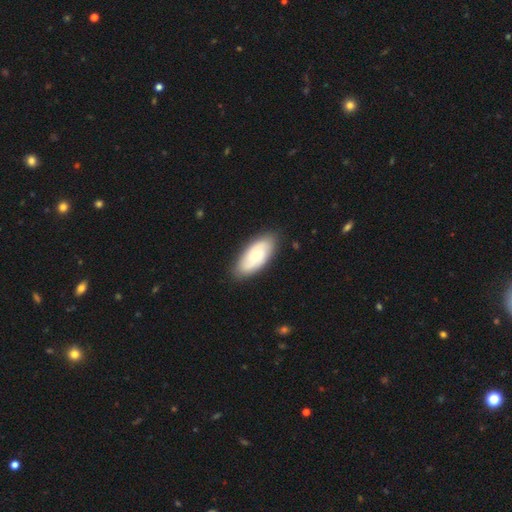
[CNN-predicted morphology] Smooth or featured: smooth — 54% (featured or disk — 41%)
How rounded: in between — 89% (cigar-shaped — 9%)
Merging: none — 84% (minor disturbance — 12%)